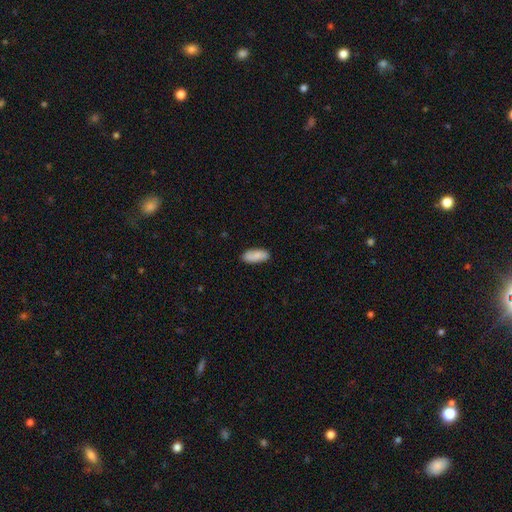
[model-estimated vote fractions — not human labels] Smooth or featured?
  - smooth: 82% *
  - featured or disk: 12%
  - star or artifact: 6%
How rounded?
  - in between: 83% *
  - cigar-shaped: 15%
  - round: 2%
Merging?
  - none: 85% *
  - minor disturbance: 12%
  - major disturbance: 2%
  - merger: 1%